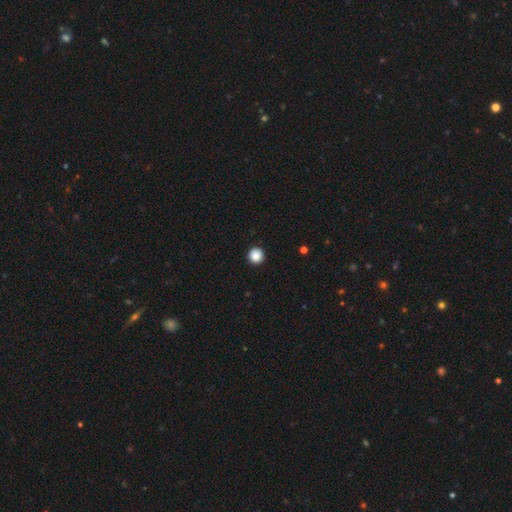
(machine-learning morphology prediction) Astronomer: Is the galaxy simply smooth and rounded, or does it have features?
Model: smooth — 88%.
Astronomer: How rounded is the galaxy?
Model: round — 96%.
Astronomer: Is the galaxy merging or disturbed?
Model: none — 94%.